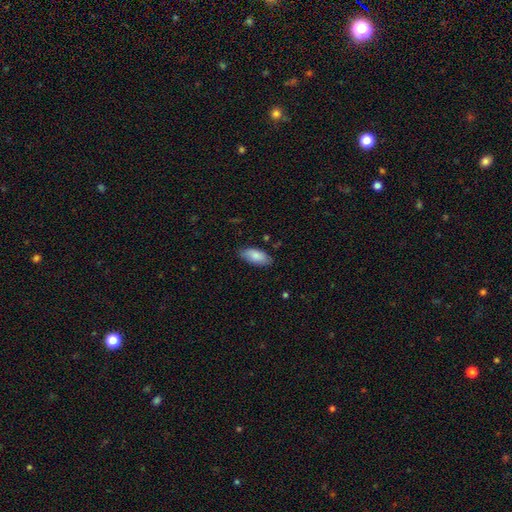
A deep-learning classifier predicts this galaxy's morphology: A smooth galaxy with no disk features (85%) that is in between round and cigar-shaped (91%).

Vote fractions:
- Smooth or featured? smooth: 85% / featured or disk: 9% / star or artifact: 6%
- How rounded? in between: 91% / cigar-shaped: 7% / round: 2%
- Merging? none: 80% / minor disturbance: 16% / major disturbance: 3% / merger: 1%